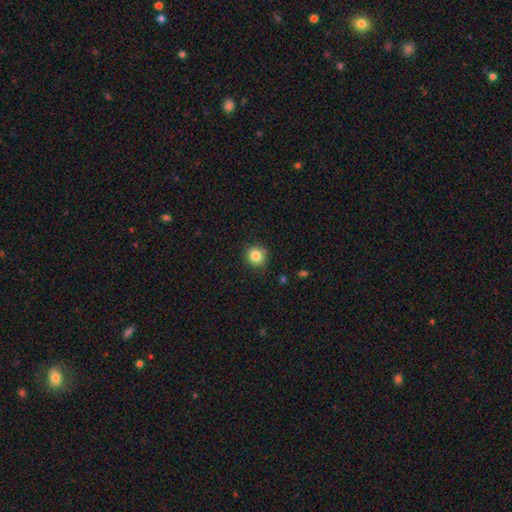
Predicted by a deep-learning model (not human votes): Smooth or featured? smooth (84%)
How rounded? round (90%)
Merging? none (86%)